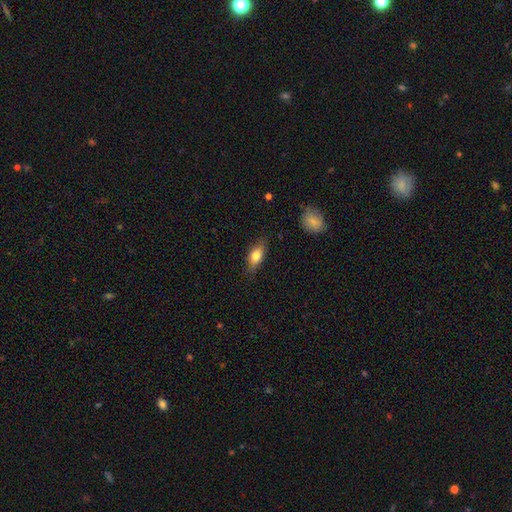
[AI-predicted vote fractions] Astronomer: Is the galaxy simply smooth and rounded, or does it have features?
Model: smooth — 74%.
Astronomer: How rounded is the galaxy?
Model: in between — 79%.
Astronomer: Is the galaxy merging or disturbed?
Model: none — 78%.